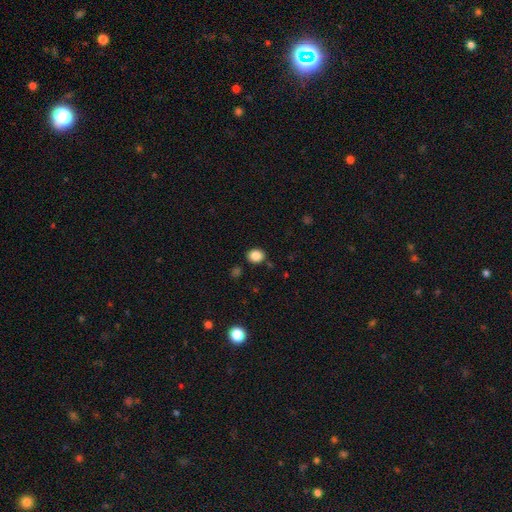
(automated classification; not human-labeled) Smooth or featured? Predicted: smooth (p=0.86). How rounded? Predicted: round (p=0.66). Merging? Predicted: none (p=0.85).